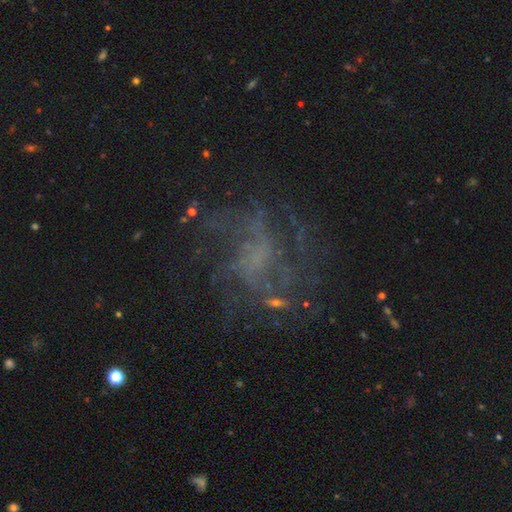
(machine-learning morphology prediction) Smooth or featured?
  - featured or disk: 68% *
  - star or artifact: 20%
  - smooth: 12%
Edge-on disk?
  - no: 98% *
  - yes: 2%
Bar?
  - no: 67% *
  - weak: 27%
  - strong: 6%
Spiral arms?
  - yes: 71% *
  - no: 29%
Bulge size?
  - none: 58% *
  - small: 25%
  - moderate: 12%
  - large: 3%
  - dominant: 1%
Merging?
  - none: 58% *
  - major disturbance: 24%
  - minor disturbance: 15%
  - merger: 2%